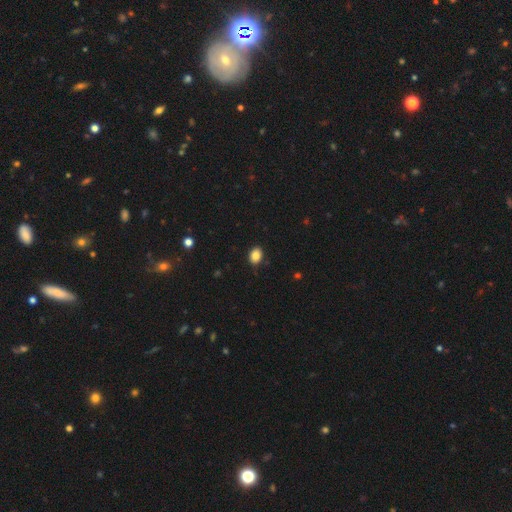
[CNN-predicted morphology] Smooth or featured: smooth — 86% (star or artifact — 9%)
How rounded: in between — 73% (round — 26%)
Merging: none — 86% (minor disturbance — 11%)